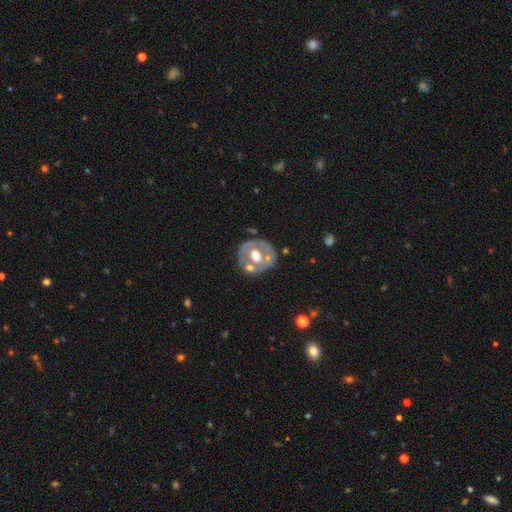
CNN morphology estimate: This appears to be a featured or disk galaxy (61%) with no bar (72%), no spiral arms (86%) and a moderate central bulge (66%). Merging: none (61%).